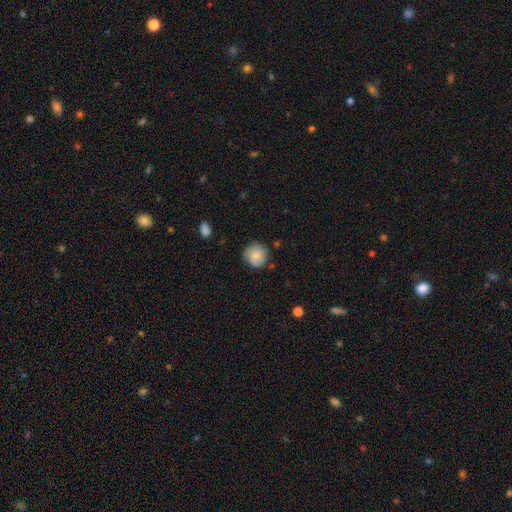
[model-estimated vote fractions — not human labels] A smooth galaxy with no disk features (74%) that is round (91%). Merging: none (76%).